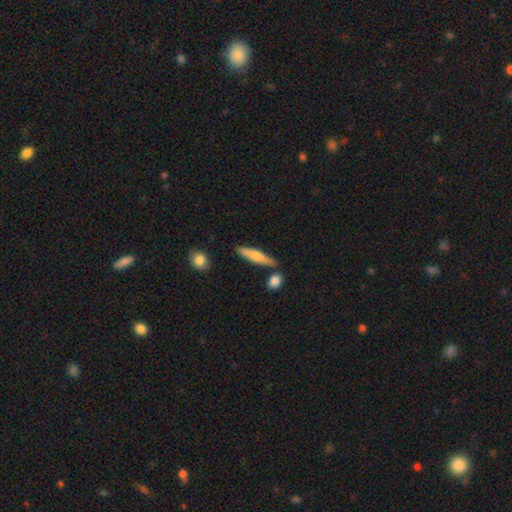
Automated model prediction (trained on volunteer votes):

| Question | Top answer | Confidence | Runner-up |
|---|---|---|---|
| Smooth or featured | smooth | 59% | featured or disk (36%) |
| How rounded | cigar-shaped | 81% | in between (16%) |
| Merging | none | 79% | minor disturbance (11%) |